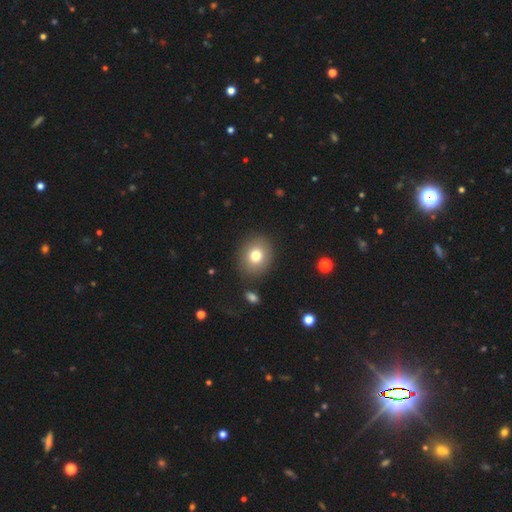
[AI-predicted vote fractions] This appears to be a smooth galaxy with no disk features (77%) that is round (68%). Merging: none (86%).